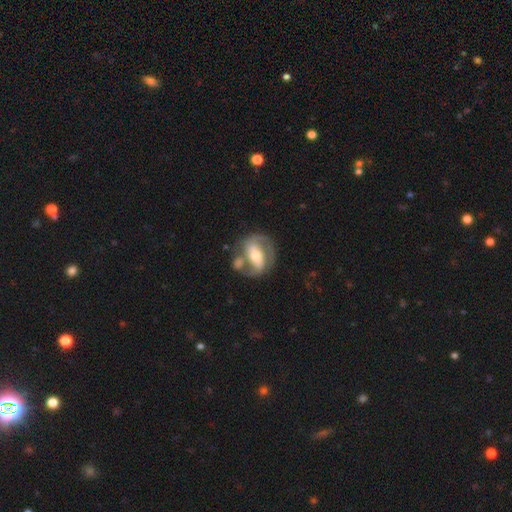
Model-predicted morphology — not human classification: Q: Smooth or featured?
A: featured or disk (80%); runner-up: smooth (15%)
Q: Edge-on disk?
A: no (96%); runner-up: yes (4%)
Q: Bar?
A: strong (48%); runner-up: weak (31%)
Q: Spiral arms?
A: yes (88%); runner-up: no (12%)
Q: Spiral winding?
A: medium (50%); runner-up: tight (31%)
Q: Spiral arm count?
A: 2 (85%); runner-up: can't tell (6%)
Q: Bulge size?
A: moderate (65%); runner-up: small (23%)
Q: Merging?
A: none (56%); runner-up: merger (19%)